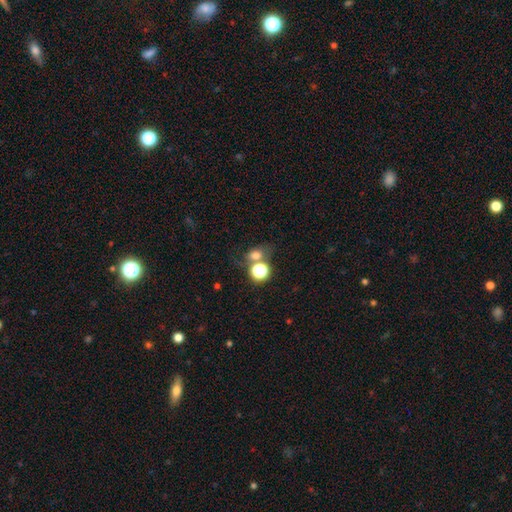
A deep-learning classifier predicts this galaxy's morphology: smooth_or_featured: smooth (p=0.67) [alt: star or artifact p=0.22]
how_rounded: round (p=0.56) [alt: in between p=0.42]
merging: none (p=0.50) [alt: merger p=0.30]